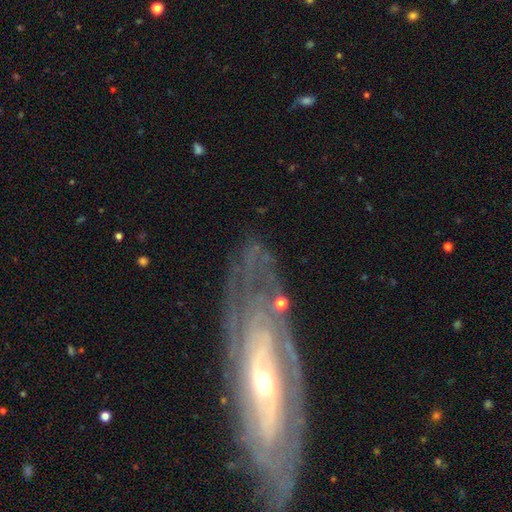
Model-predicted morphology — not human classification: Smooth or featured? Predicted: featured or disk (p=0.79). Edge-on disk? Predicted: no (p=0.87). Bar? Predicted: no (p=0.51). Spiral arms? Predicted: yes (p=0.83). Spiral winding? Predicted: tight (p=0.66). Spiral arm count? Predicted: can't tell (p=0.44). Bulge size? Predicted: small (p=0.49). Merging? Predicted: none (p=0.65).